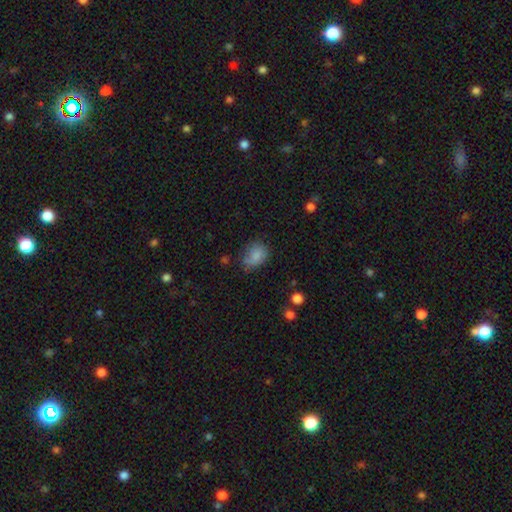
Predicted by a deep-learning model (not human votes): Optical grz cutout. It shows a smooth galaxy with no disk features (79%) that is in between round and cigar-shaped (62%). Merging: none (54%).